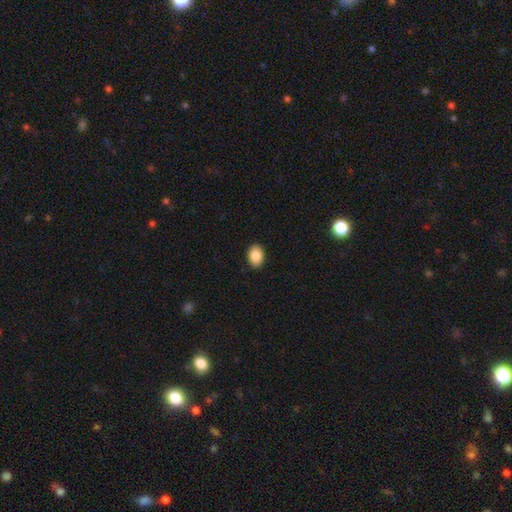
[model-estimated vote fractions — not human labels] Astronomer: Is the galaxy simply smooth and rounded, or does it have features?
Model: smooth — 87%.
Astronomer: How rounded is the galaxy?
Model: in between — 77%.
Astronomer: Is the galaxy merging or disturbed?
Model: none — 90%.